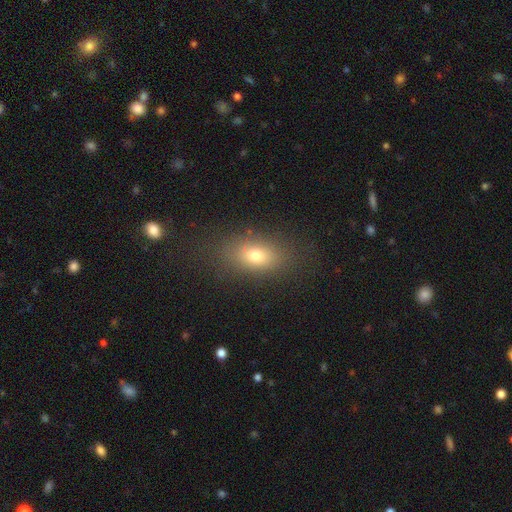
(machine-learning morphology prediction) A smooth galaxy with no disk features (74%) that is in between round and cigar-shaped (81%).

Vote fractions:
- Smooth or featured? smooth: 74% / featured or disk: 14% / star or artifact: 12%
- How rounded? in between: 81% / round: 15% / cigar-shaped: 5%
- Merging? none: 82% / minor disturbance: 11% / major disturbance: 6% / merger: 2%